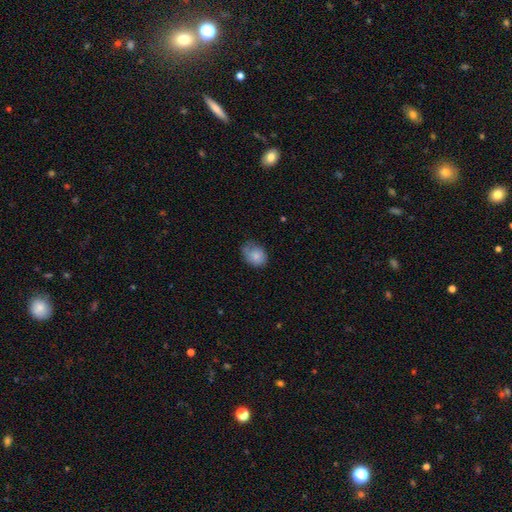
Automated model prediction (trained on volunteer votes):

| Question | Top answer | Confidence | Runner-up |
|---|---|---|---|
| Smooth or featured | smooth | 80% | featured or disk (12%) |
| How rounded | in between | 62% | round (37%) |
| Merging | none | 54% | minor disturbance (34%) |